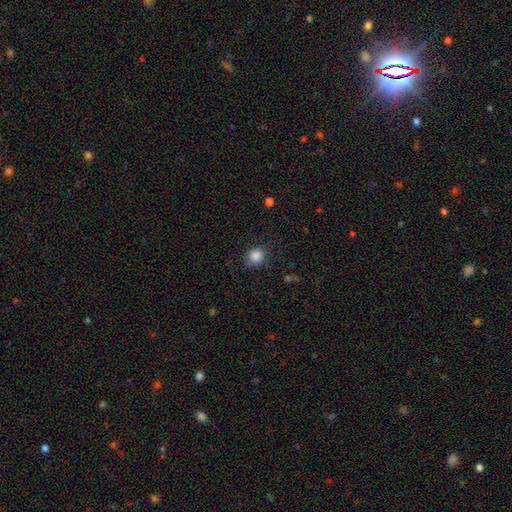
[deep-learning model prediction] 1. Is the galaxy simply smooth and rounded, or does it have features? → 86% smooth, 10% star or artifact, 4% featured or disk.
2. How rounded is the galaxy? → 76% round, 23% in between, 1% cigar-shaped.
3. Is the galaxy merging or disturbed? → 77% none, 16% minor disturbance, 5% major disturbance, 1% merger.